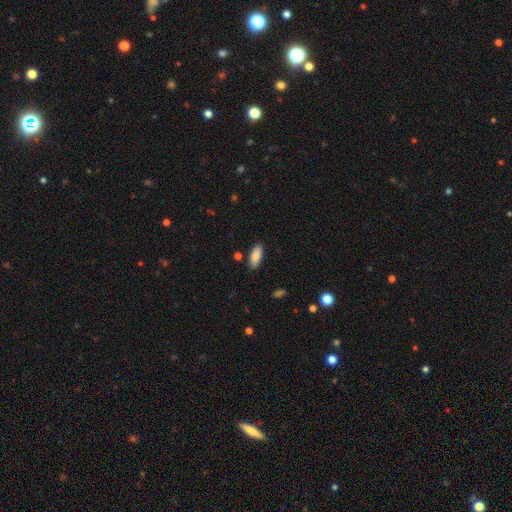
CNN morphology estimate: Overall: smooth (86%). How rounded: in between (79%). Merging: none (86%).